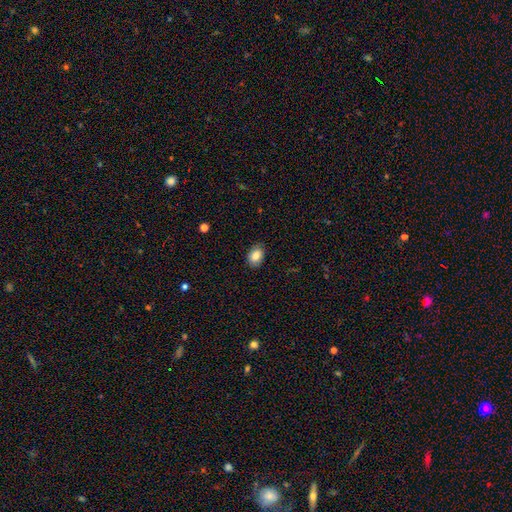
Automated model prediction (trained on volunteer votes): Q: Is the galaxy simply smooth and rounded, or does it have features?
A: smooth — 86%.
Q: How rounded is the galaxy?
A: in between — 80%.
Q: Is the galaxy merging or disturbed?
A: none — 84%.